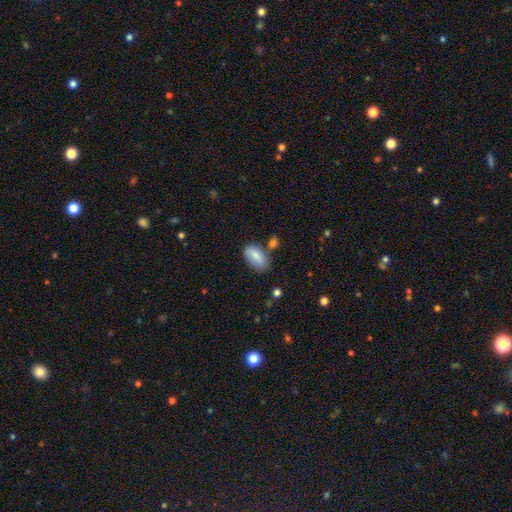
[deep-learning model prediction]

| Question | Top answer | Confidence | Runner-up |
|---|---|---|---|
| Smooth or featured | smooth | 84% | featured or disk (9%) |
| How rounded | in between | 93% | cigar-shaped (4%) |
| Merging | none | 65% | minor disturbance (21%) |